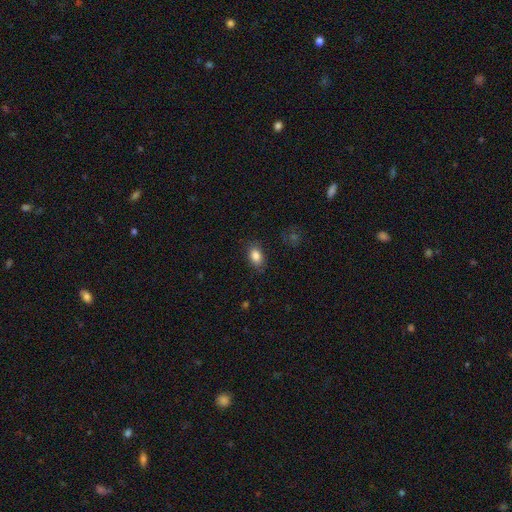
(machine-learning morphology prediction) Smooth or featured?
  - smooth: 85% *
  - star or artifact: 8%
  - featured or disk: 6%
How rounded?
  - in between: 85% *
  - round: 13%
  - cigar-shaped: 2%
Merging?
  - none: 85% *
  - minor disturbance: 11%
  - major disturbance: 3%
  - merger: 1%